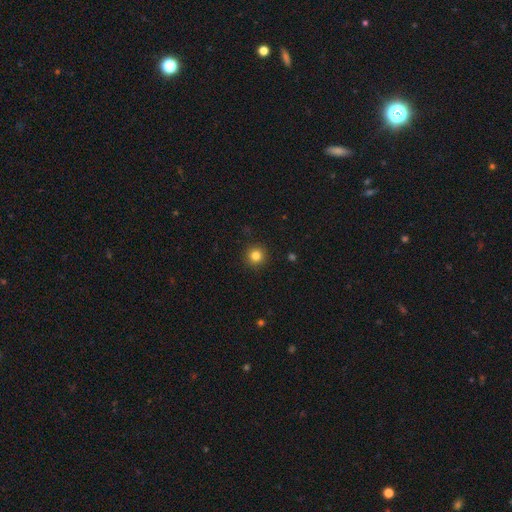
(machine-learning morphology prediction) This appears to be a smooth galaxy with no disk features (83%) that is round (95%). Merging: none (92%).